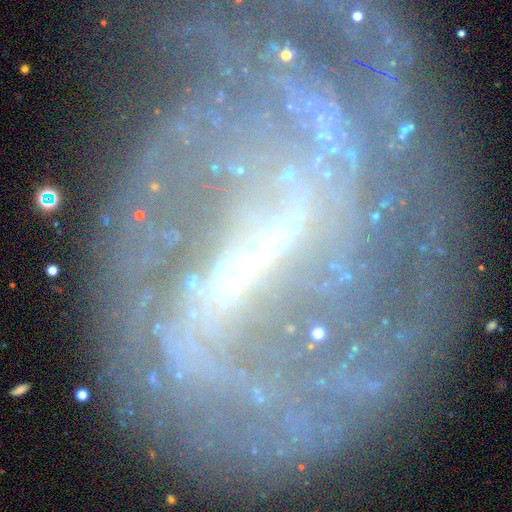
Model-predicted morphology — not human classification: Overall: featured or disk (87%). Edge-on disk: no (95%). Bar: strong (65%; weak 26%). Spiral arms: yes (91%). Spiral arm count: 2 (55%; can't tell 19%). Spiral winding: medium (40%; tight 37%). Bulge size: small (57%; moderate 24%). Merging: none (60%).